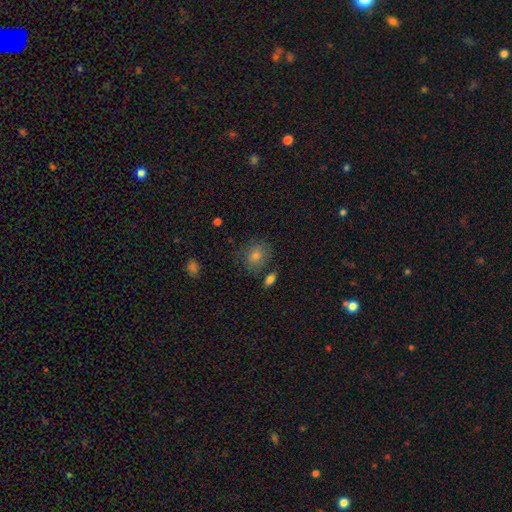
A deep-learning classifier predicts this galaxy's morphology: Q: Smooth or featured?
A: smooth (73%); runner-up: star or artifact (15%)
Q: How rounded?
A: round (75%); runner-up: in between (24%)
Q: Merging?
A: none (78%); runner-up: minor disturbance (12%)